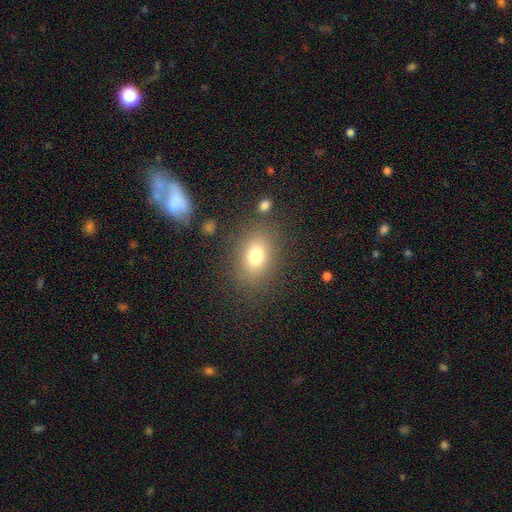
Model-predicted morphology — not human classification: The model was most divided on "how rounded": in between: 73%, round: 25%, cigar-shaped: 2%. More confident: merging — none (82%); smooth or featured — smooth (76%).